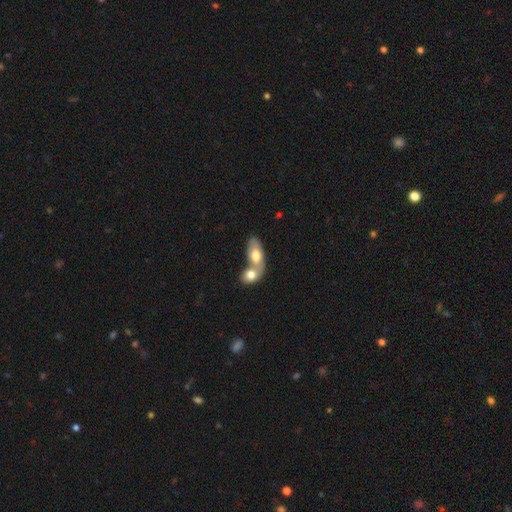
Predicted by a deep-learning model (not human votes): smooth_or_featured: smooth (p=0.68) [alt: featured or disk p=0.26]
how_rounded: in between (p=0.87) [alt: round p=0.08]
merging: merger (p=0.73) [alt: none p=0.18]